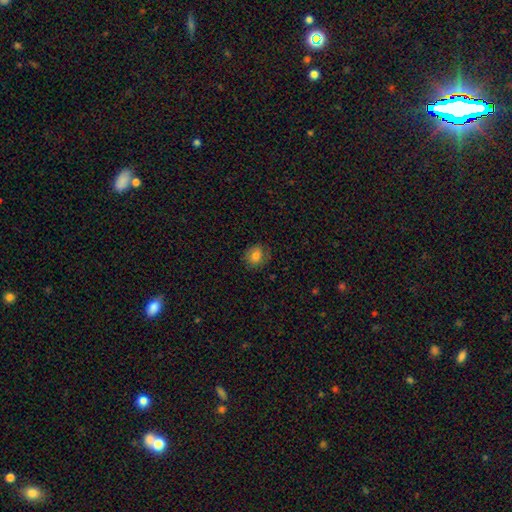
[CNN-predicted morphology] A smooth galaxy with no disk features (76%) that is round (71%).

Vote fractions:
- Smooth or featured? smooth: 76% / featured or disk: 13% / star or artifact: 11%
- How rounded? round: 71% / in between: 28% / cigar-shaped: 1%
- Merging? none: 79% / minor disturbance: 15% / major disturbance: 5% / merger: 1%